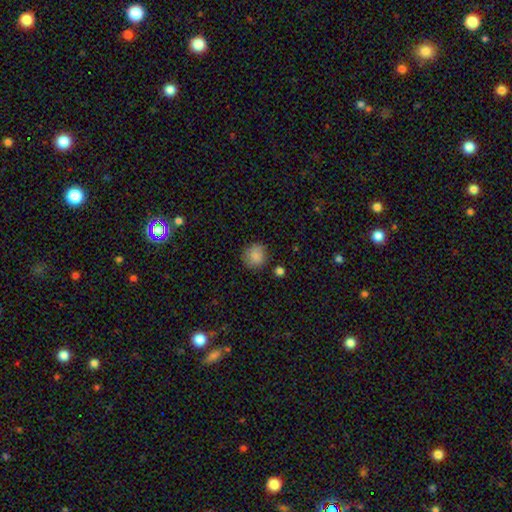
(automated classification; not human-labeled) Smooth or featured?
  - smooth: 85% *
  - star or artifact: 9%
  - featured or disk: 6%
How rounded?
  - round: 89% *
  - in between: 10%
  - cigar-shaped: 1%
Merging?
  - none: 82% *
  - minor disturbance: 13%
  - major disturbance: 3%
  - merger: 2%